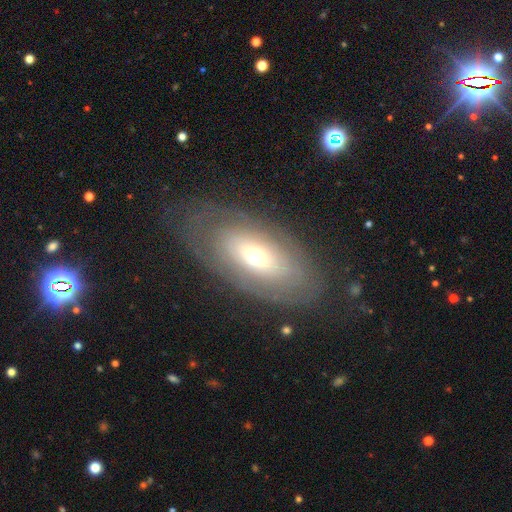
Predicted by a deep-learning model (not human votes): This is possibly a featured or disk galaxy (55%). It is clearly not viewed edge-on (87%). Merging: likely none (73%).